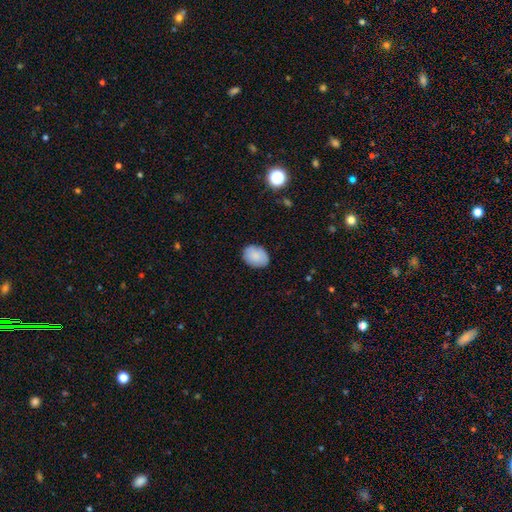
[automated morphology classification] This appears to be a smooth galaxy with no disk features (86%) that is in between round and cigar-shaped (67%). Merging: none (84%).